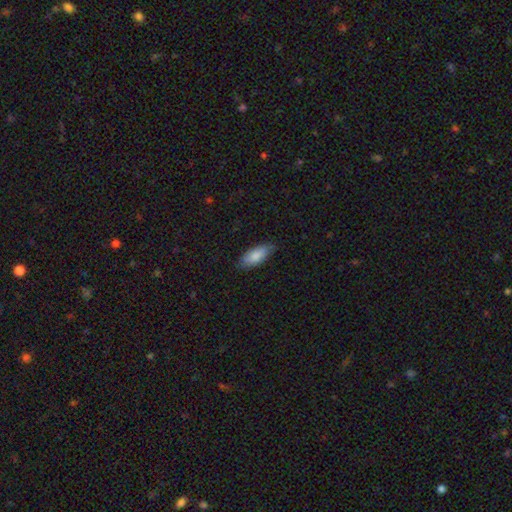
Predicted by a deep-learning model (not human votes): Overall: smooth (84%). How rounded: in between (81%). Merging: none (77%).